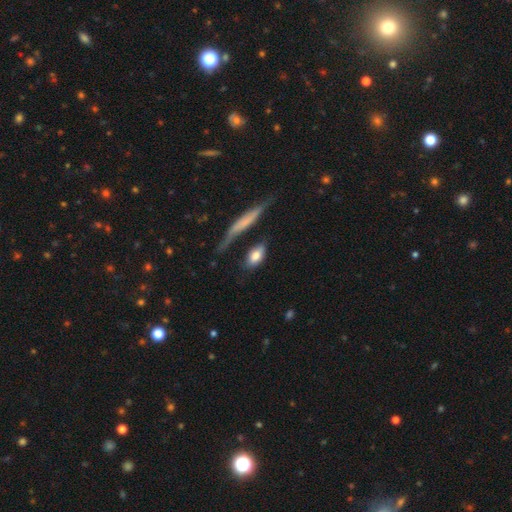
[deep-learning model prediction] smooth_or_featured: smooth (p=0.78) [alt: featured or disk p=0.16]
how_rounded: in between (p=0.83) [alt: cigar-shaped p=0.10]
merging: none (p=0.57) [alt: minor disturbance p=0.21]